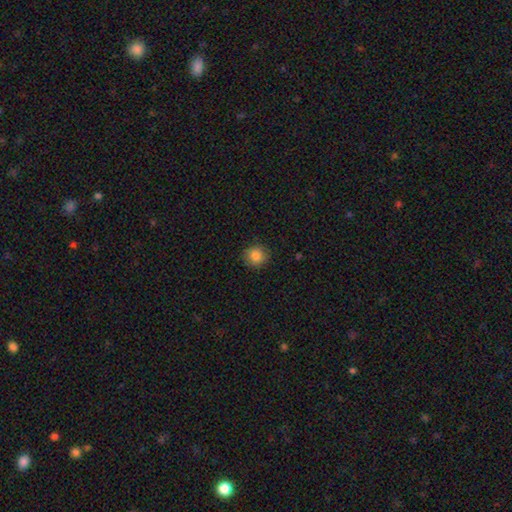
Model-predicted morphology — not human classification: A smooth galaxy with no disk features (85%) that is round (88%).

Vote fractions:
- Smooth or featured? smooth: 85% / star or artifact: 10% / featured or disk: 5%
- How rounded? round: 88% / in between: 11% / cigar-shaped: 1%
- Merging? none: 88% / minor disturbance: 9% / major disturbance: 2% / merger: 1%